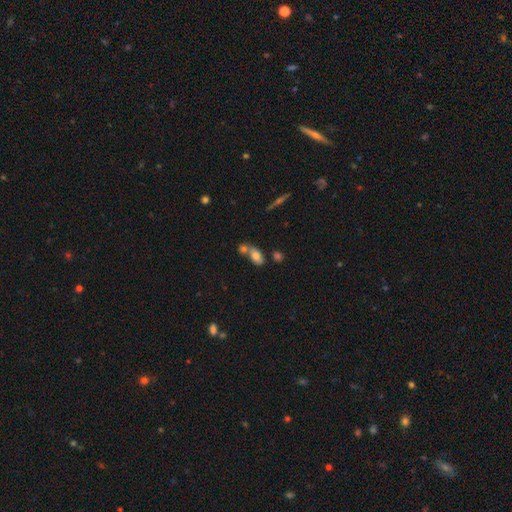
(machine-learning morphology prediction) A smooth galaxy with no disk features (72%) that is in between round and cigar-shaped (83%). Merging: merger (47%).